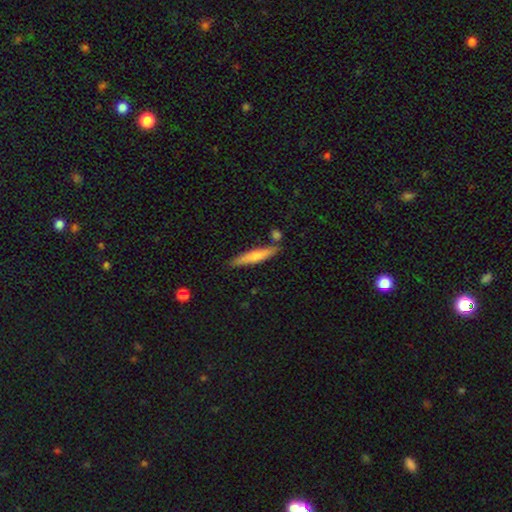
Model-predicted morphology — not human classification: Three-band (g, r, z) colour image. It shows a smooth galaxy with no disk features (66%) that is cigar-shaped (89%). Merging: none (78%).